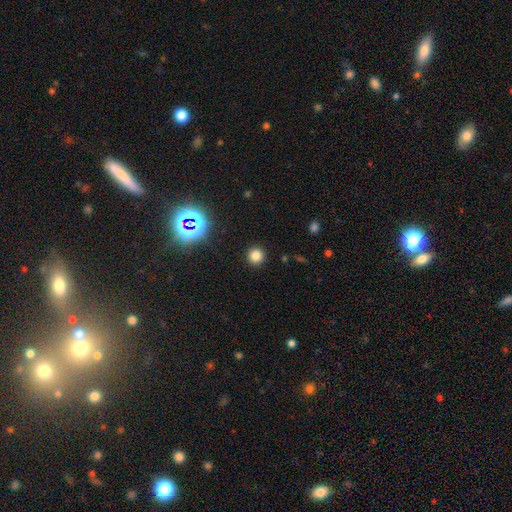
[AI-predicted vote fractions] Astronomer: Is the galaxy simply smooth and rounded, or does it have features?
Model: smooth — 79%.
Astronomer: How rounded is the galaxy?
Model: round — 94%.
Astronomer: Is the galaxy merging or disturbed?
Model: none — 92%.